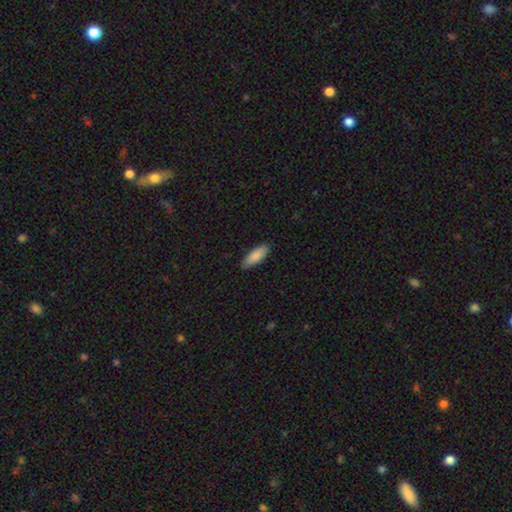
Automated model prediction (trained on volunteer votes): smooth-or-featured: smooth: 88% | featured or disk: 7% | star or artifact: 5%
  how-rounded: in between: 64% | cigar-shaped: 35% | round: 2%
  merging: none: 87% | minor disturbance: 10% | major disturbance: 2% | merger: 1%